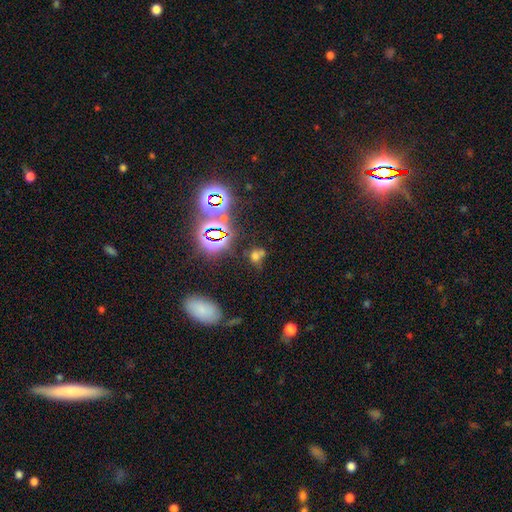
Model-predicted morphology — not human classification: smooth_or_featured: smooth (p=0.50) [alt: star or artifact p=0.38]
merging: none (p=0.49) [alt: merger p=0.25]